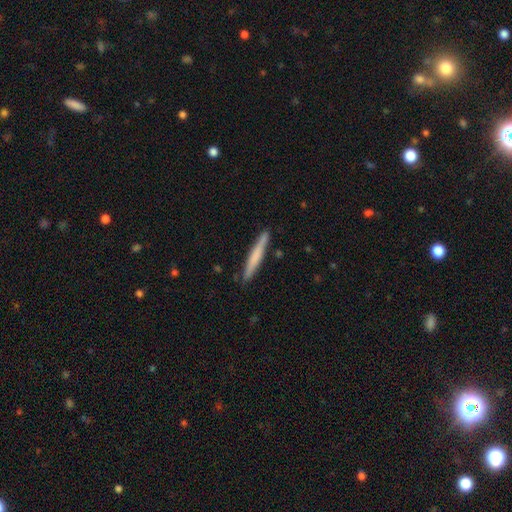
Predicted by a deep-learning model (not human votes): A smooth galaxy with no disk features (62%) that is cigar-shaped (96%).

Vote fractions:
- Smooth or featured? smooth: 62% / featured or disk: 33% / star or artifact: 5%
- How rounded? cigar-shaped: 96% / in between: 3% / round: 1%
- Merging? none: 89% / minor disturbance: 8% / merger: 1% / major disturbance: 1%